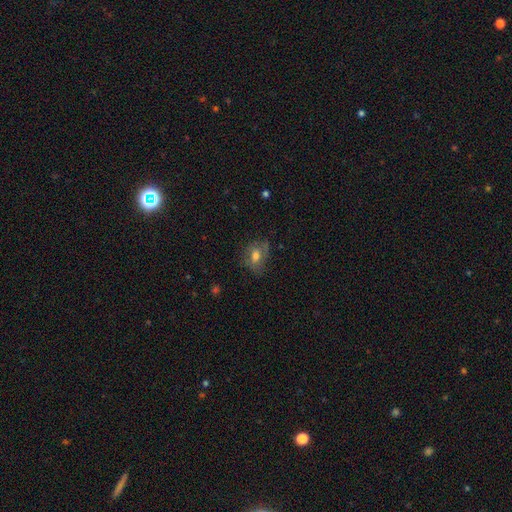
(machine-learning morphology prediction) This is possibly a smooth galaxy (59%). How rounded: likely in between (67%). Merging: possibly none (59%).